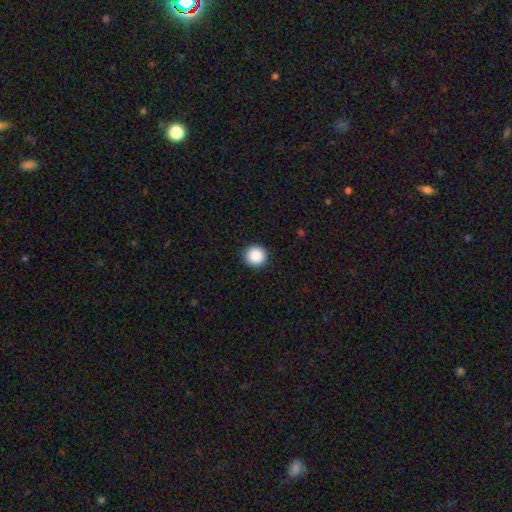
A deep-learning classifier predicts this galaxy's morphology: Smooth or featured? Predicted: smooth (p=0.88). How rounded? Predicted: round (p=0.96). Merging? Predicted: none (p=0.92).